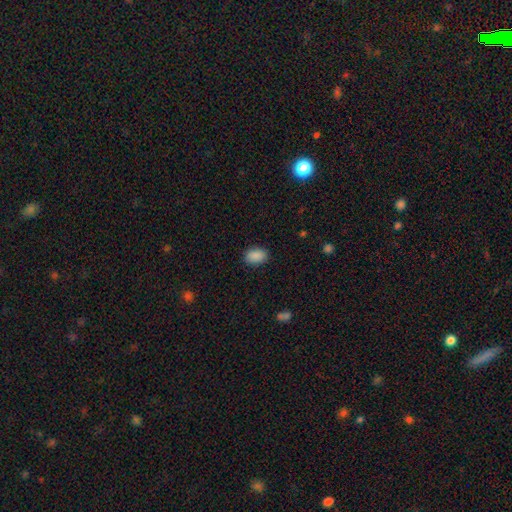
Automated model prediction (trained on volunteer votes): Q: Smooth or featured?
A: smooth (90%); runner-up: star or artifact (8%)
Q: How rounded?
A: in between (86%); runner-up: round (12%)
Q: Merging?
A: none (88%); runner-up: minor disturbance (8%)